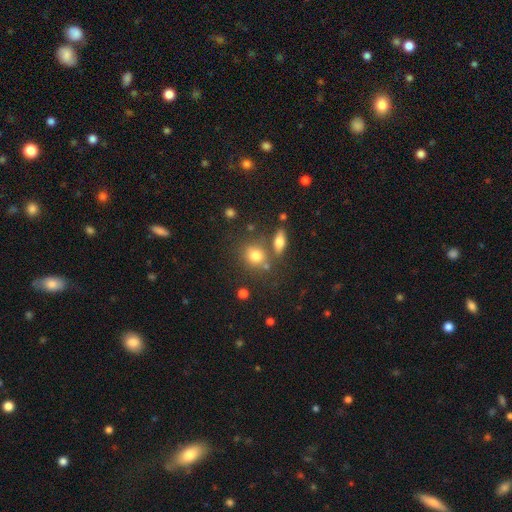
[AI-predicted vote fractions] Smooth or featured? Predicted: smooth (p=0.76). How rounded? Predicted: round (p=0.66). Merging? Predicted: none (p=0.63).